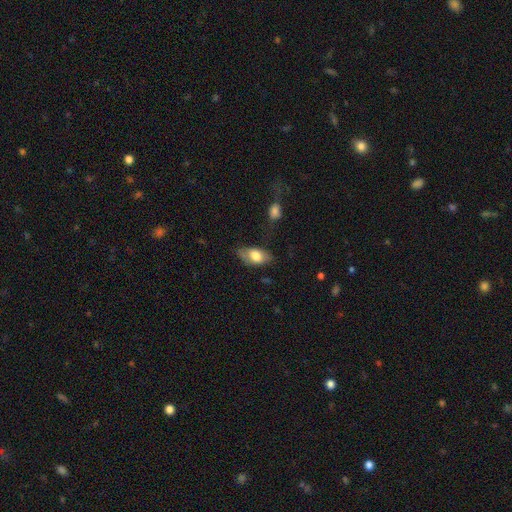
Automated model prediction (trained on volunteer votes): Overall: smooth (71%). How rounded: in between (91%). Merging: none (60%; minor disturbance 28%).